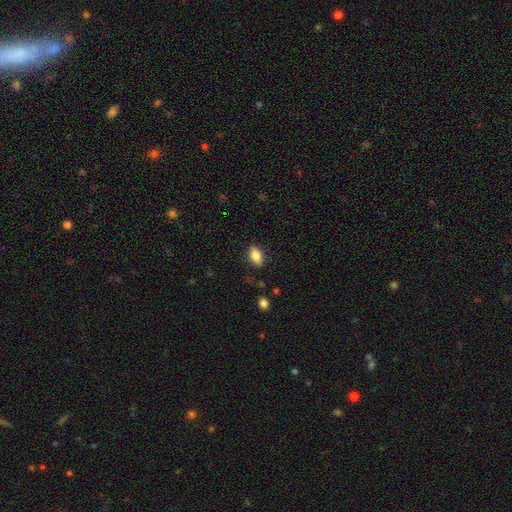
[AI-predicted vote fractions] smooth 82%, featured or disk 10%, star or artifact 8%. Down the decision tree: how rounded — in between (88%); merging — none (86%).